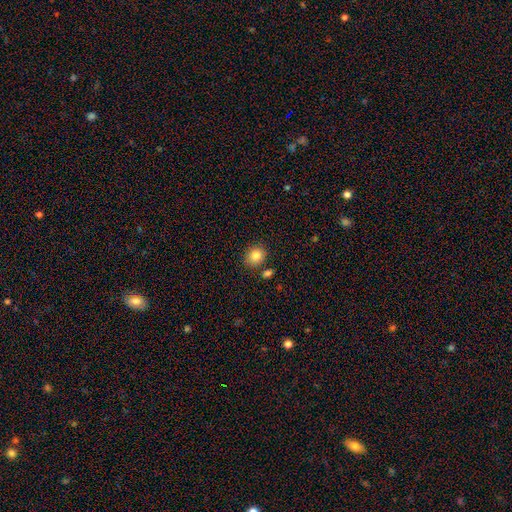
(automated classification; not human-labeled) Q: Smooth or featured?
A: smooth (83%); runner-up: star or artifact (9%)
Q: How rounded?
A: round (65%); runner-up: in between (35%)
Q: Merging?
A: none (82%); runner-up: minor disturbance (9%)